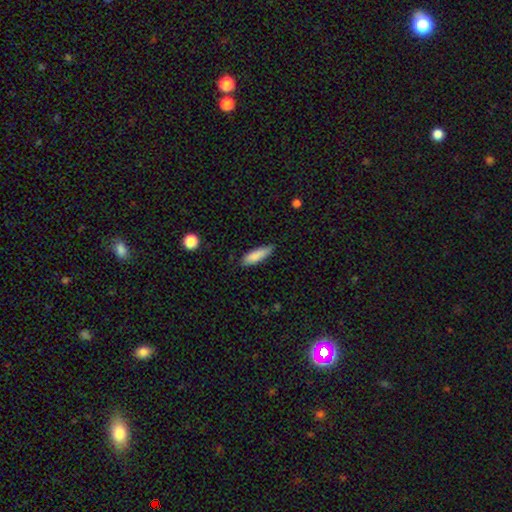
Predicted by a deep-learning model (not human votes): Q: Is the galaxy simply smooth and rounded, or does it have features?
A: smooth — 85%.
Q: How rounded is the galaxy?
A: cigar-shaped — 57%.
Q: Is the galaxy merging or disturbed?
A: none — 71%.